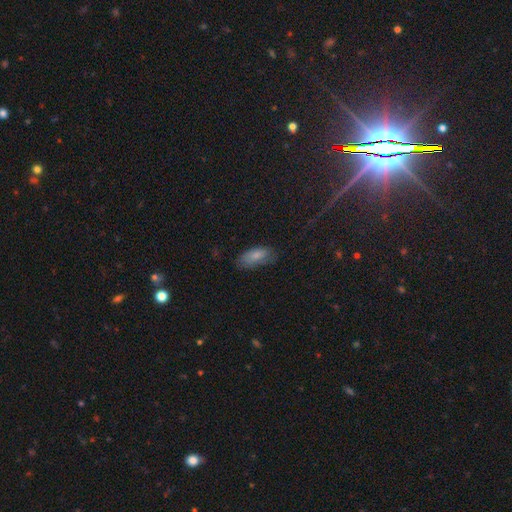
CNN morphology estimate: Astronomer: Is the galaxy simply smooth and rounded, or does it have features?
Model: smooth — 80%.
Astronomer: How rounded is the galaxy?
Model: in between — 86%.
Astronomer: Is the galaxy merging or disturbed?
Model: none — 65%.